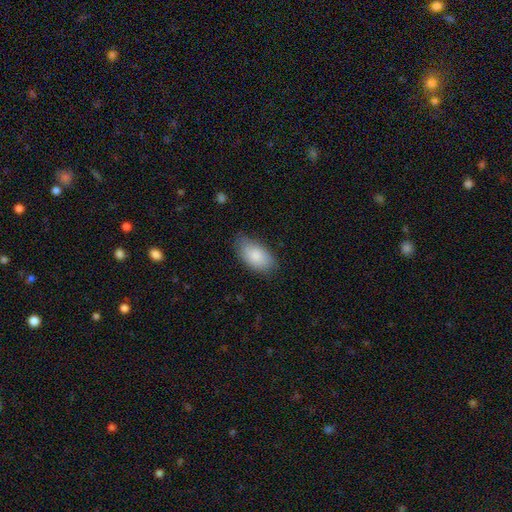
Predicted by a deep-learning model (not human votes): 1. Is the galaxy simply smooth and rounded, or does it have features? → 84% smooth, 10% featured or disk, 6% star or artifact.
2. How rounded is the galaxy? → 94% in between, 3% round, 3% cigar-shaped.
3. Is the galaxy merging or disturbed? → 74% none, 21% minor disturbance, 4% major disturbance, 1% merger.